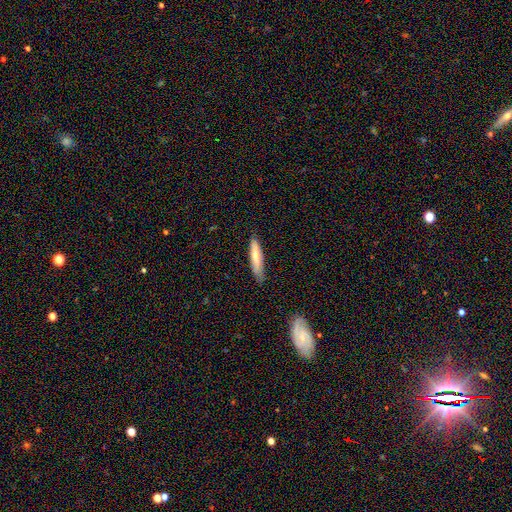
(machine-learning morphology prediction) This appears to be a smooth galaxy with no disk features (69%) that is cigar-shaped (84%). Merging: none (80%).